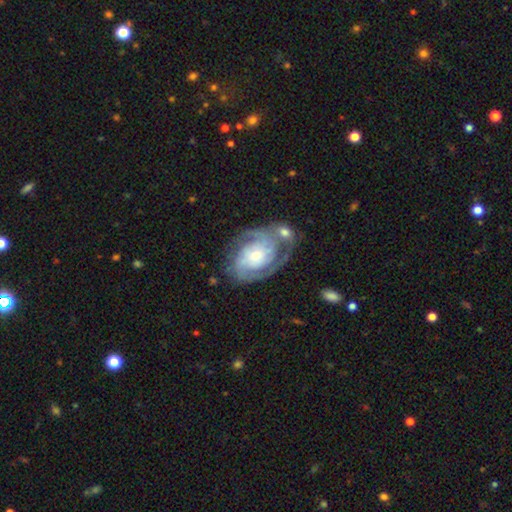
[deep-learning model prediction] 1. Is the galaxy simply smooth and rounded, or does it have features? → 85% featured or disk, 10% smooth, 5% star or artifact.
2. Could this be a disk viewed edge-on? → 97% no, 3% yes.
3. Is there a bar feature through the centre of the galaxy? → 70% no, 24% weak, 6% strong.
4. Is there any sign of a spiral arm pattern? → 95% yes, 5% no.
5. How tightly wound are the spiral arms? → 60% tight, 33% medium, 8% loose.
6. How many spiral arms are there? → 45% 2, 22% 3, 20% can't tell, 5% 4, 5% 1, 4% more than 4.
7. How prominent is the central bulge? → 48% small, 41% moderate, 7% large, 2% none, 1% dominant.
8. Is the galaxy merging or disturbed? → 58% none, 19% minor disturbance, 13% merger, 11% major disturbance.